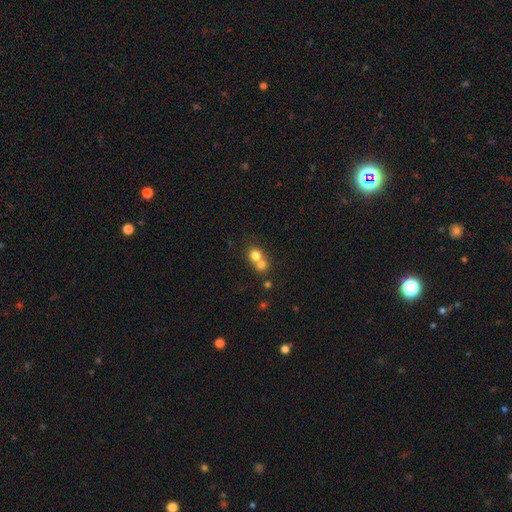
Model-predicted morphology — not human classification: Smooth or featured? Predicted: smooth (p=0.76). How rounded? Predicted: round (p=0.84). Merging? Predicted: merger (p=0.61).